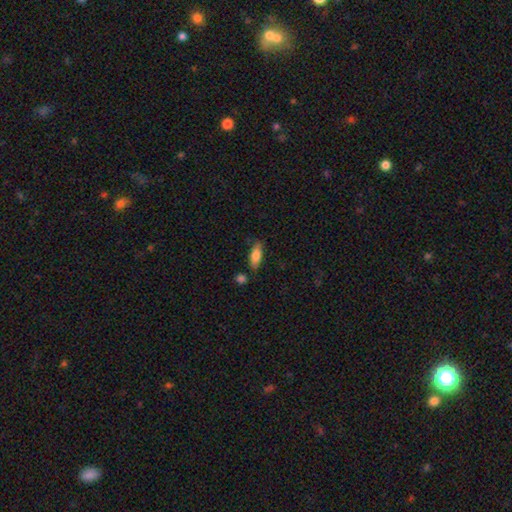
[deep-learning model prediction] smooth-or-featured: smooth: 77% | featured or disk: 16% | star or artifact: 7%
  how-rounded: in between: 69% | cigar-shaped: 28% | round: 3%
  merging: none: 74% | minor disturbance: 16% | merger: 6% | major disturbance: 4%